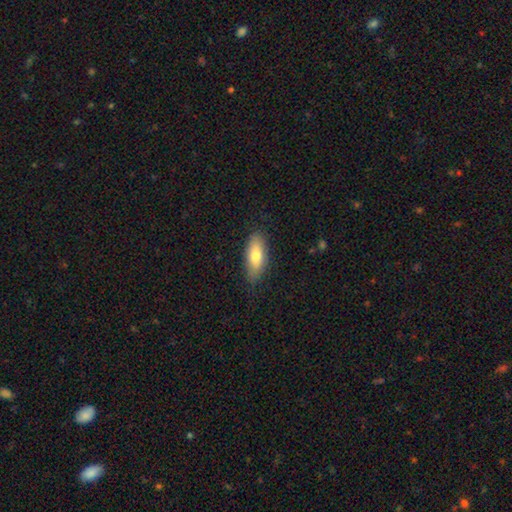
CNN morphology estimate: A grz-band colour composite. It shows a smooth galaxy with no disk features (74%) that is in between round and cigar-shaped (75%). Merging: none (82%).